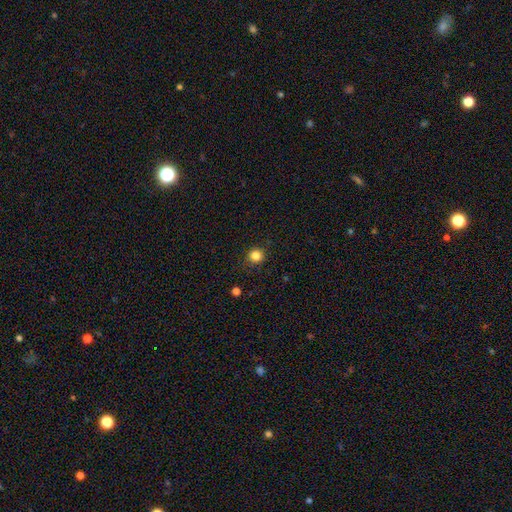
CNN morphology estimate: smooth-or-featured: smooth: 83% | star or artifact: 12% | featured or disk: 4%
  how-rounded: round: 93% | in between: 6% | cigar-shaped: 1%
  merging: none: 90% | minor disturbance: 7% | major disturbance: 2% | merger: 1%